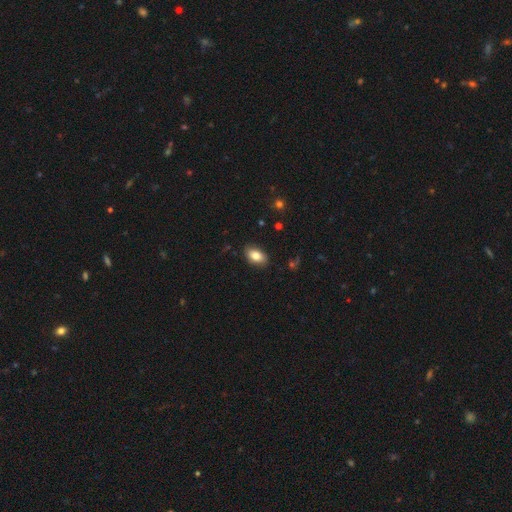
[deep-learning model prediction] Smooth or featured? Predicted: smooth (p=0.83). How rounded? Predicted: in between (p=0.90). Merging? Predicted: none (p=0.87).